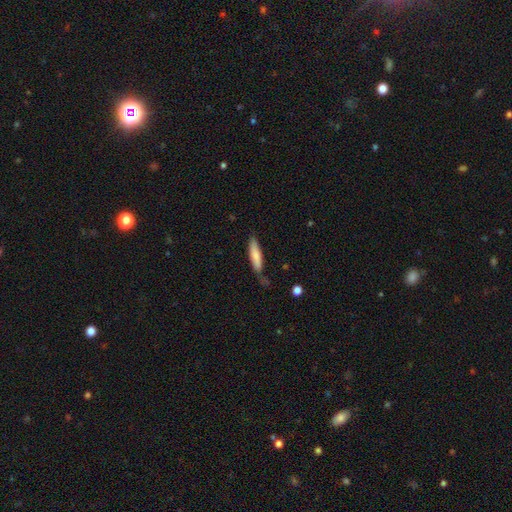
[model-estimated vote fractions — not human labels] A smooth galaxy with no disk features (76%) that is cigar-shaped (76%). Merging: none (61%).